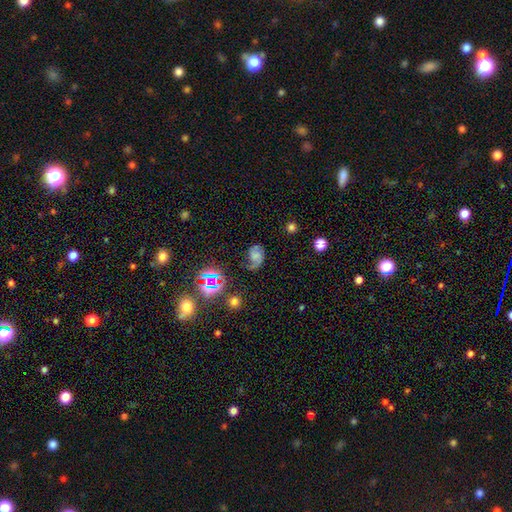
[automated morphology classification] type=featured or disk (56%); edge-on=no (97%); bar=no (64%); spiral arms=yes (89%); bulge=none (40%); merging=none (46%).